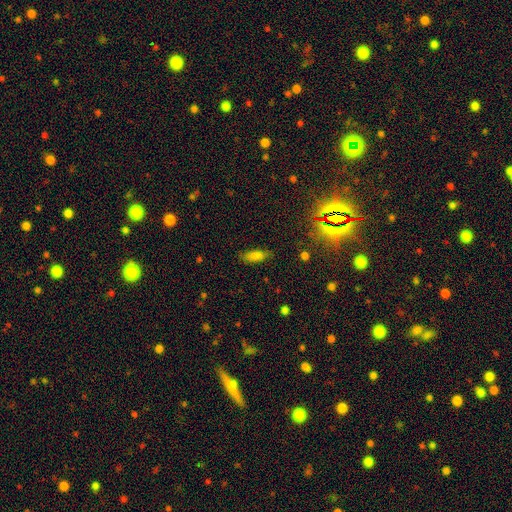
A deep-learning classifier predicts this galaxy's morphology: Overall: smooth (78%). How rounded: in between (69%). Merging: none (79%).